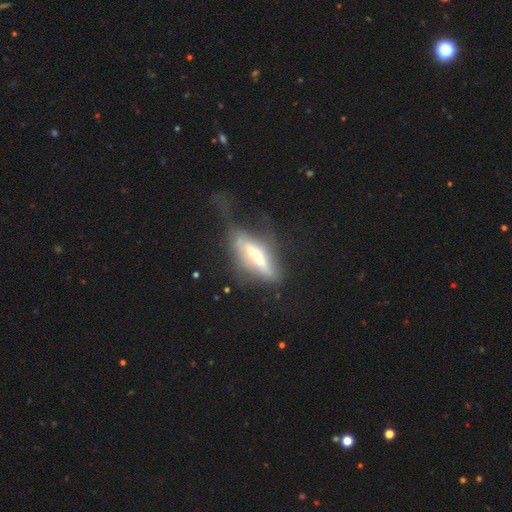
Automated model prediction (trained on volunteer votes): Morphology: type=featured or disk (57%); edge-on=yes (69%); merging=major disturbance (39%).